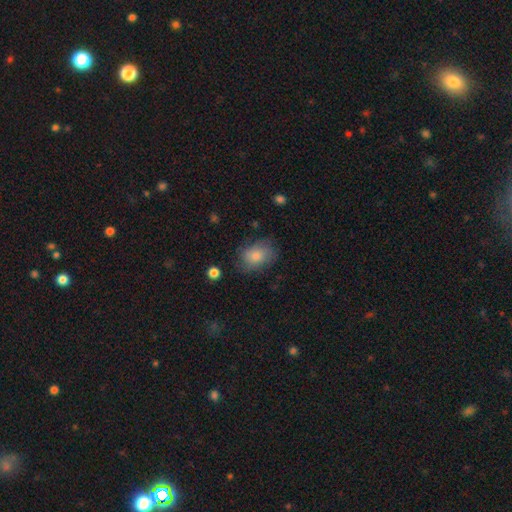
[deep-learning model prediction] Smooth or featured? smooth (74%)
How rounded? in between (72%)
Merging? none (65%)